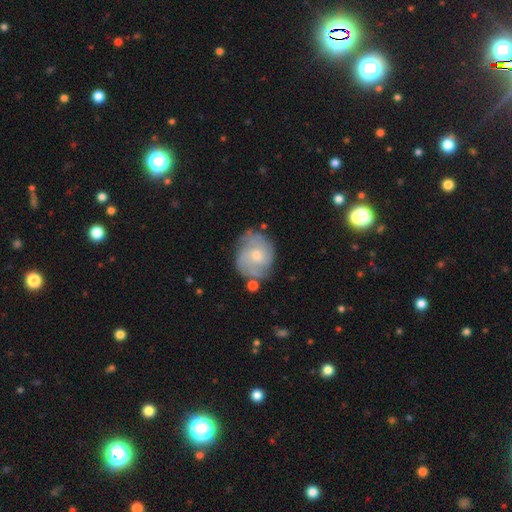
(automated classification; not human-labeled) Overall: featured or disk (66%; smooth 28%). Edge-on disk: no (97%). Bar: no (69%). Spiral arms: yes (87%). Spiral arm count: can't tell (36%; 2 27%). Spiral winding: tight (54%; medium 34%). Bulge size: small (52%; moderate 42%). Merging: none (66%).